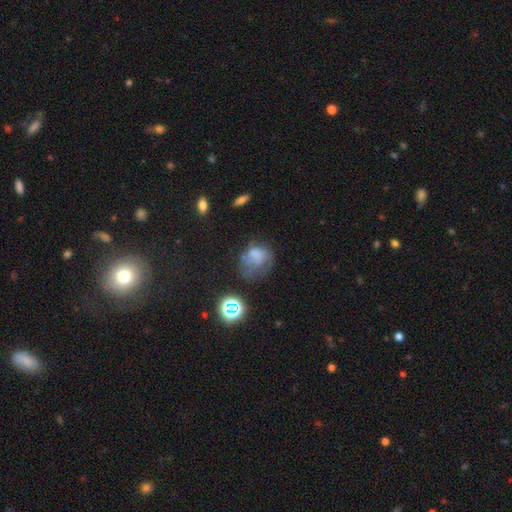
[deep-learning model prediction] Smooth or featured? Predicted: smooth (p=0.49). Merging? Predicted: major disturbance (p=0.38).